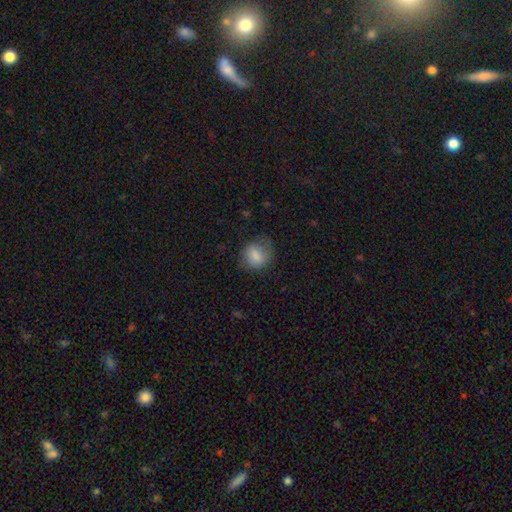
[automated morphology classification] A smooth galaxy with no disk features (79%) that is round (63%).

Vote fractions:
- Smooth or featured? smooth: 79% / featured or disk: 12% / star or artifact: 8%
- How rounded? round: 63% / in between: 36% / cigar-shaped: 1%
- Merging? none: 65% / minor disturbance: 23% / major disturbance: 11% / merger: 1%